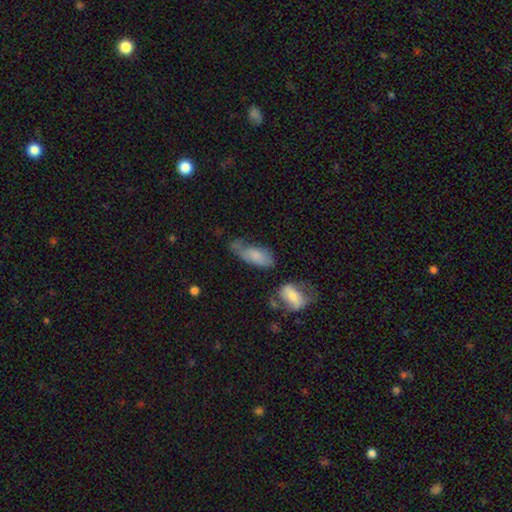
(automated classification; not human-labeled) Q: Smooth or featured?
A: smooth (72%); runner-up: featured or disk (20%)
Q: How rounded?
A: in between (84%); runner-up: cigar-shaped (12%)
Q: Merging?
A: minor disturbance (34%); runner-up: none (32%)